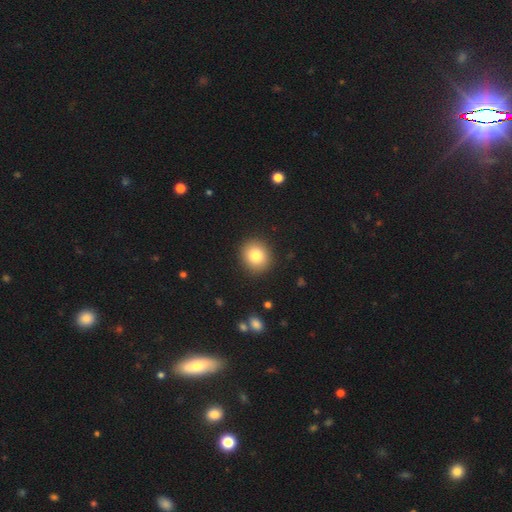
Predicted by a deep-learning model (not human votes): This appears to be a smooth galaxy with no disk features (82%) that is round (84%). Merging: none (91%).